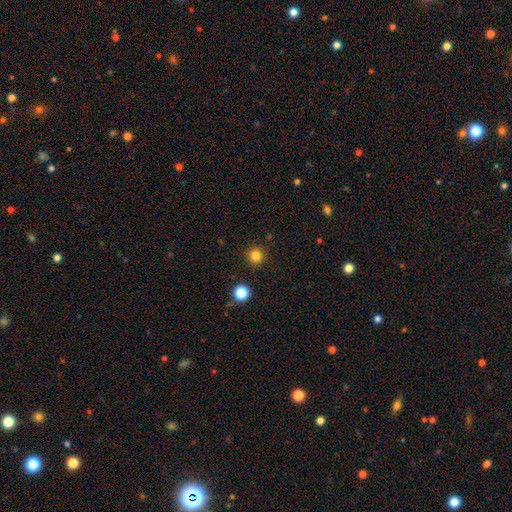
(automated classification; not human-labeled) smooth 82%, star or artifact 14%, featured or disk 4%. Down the decision tree: how rounded — round (95%); merging — none (91%).